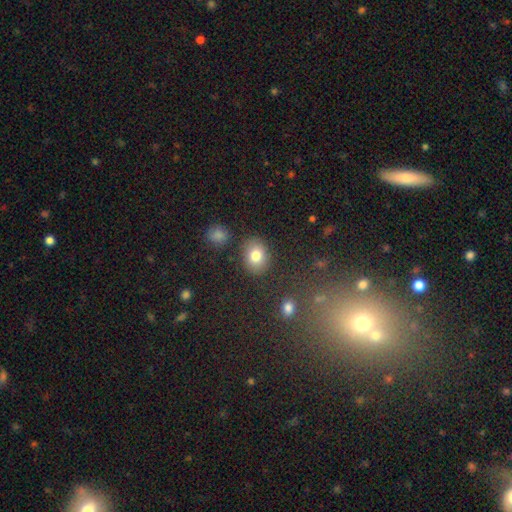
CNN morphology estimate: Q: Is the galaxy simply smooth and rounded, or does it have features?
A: smooth — 80%.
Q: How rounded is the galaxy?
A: in between — 51%.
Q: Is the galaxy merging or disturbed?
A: none — 83%.